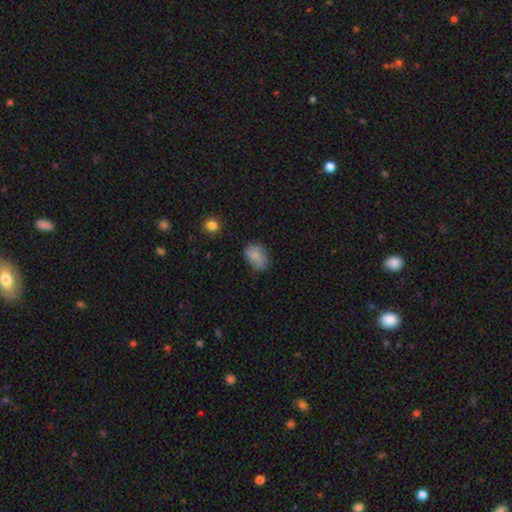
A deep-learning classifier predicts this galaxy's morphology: type=smooth (76%); roundness=in between (77%); merging=none (59%).